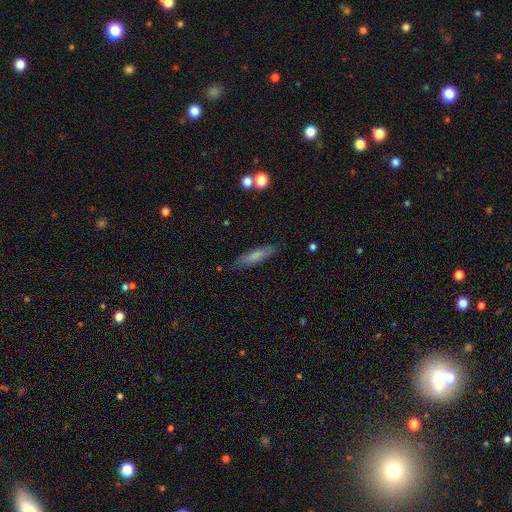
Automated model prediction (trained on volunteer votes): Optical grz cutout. It shows a smooth galaxy with no disk features (72%) that is cigar-shaped (71%). Merging: none (82%).